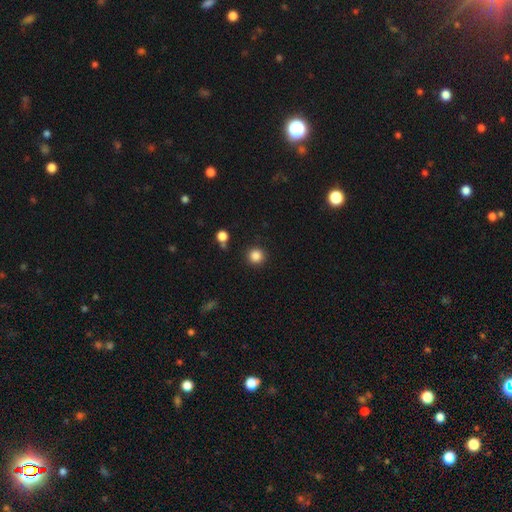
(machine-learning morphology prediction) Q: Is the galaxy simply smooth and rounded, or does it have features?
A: smooth — 85%.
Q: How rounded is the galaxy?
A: round — 94%.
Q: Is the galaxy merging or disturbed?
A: none — 90%.